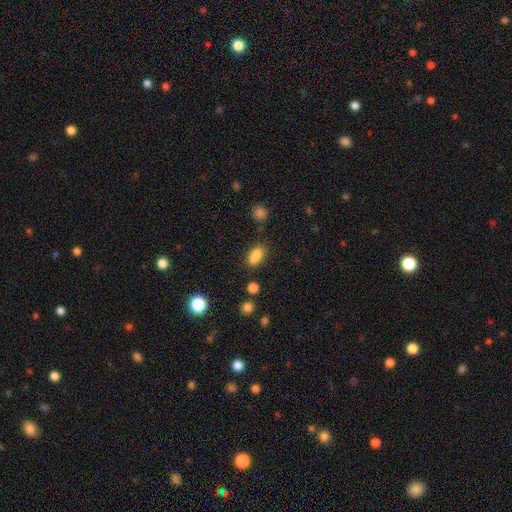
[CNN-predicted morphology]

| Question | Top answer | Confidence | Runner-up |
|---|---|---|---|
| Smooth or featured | smooth | 83% | star or artifact (11%) |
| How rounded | in between | 85% | round (10%) |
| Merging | none | 69% | minor disturbance (17%) |